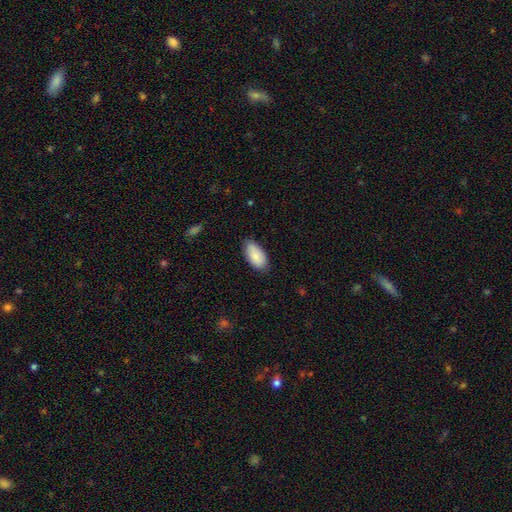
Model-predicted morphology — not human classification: A smooth galaxy with no disk features (86%) that is in between round and cigar-shaped (95%). Merging: none (80%).